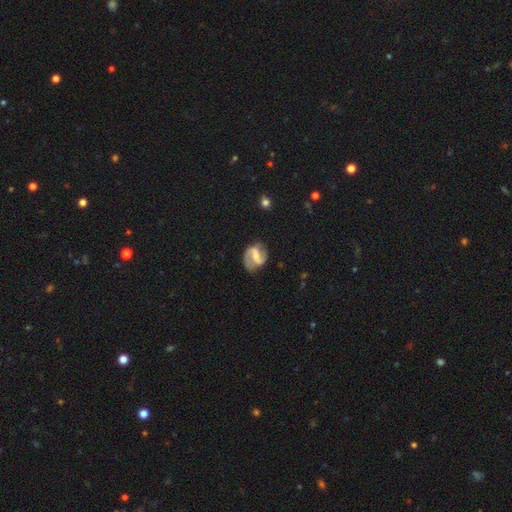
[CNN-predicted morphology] Q: Smooth or featured?
A: featured or disk (82%); runner-up: smooth (12%)
Q: Edge-on disk?
A: no (98%); runner-up: yes (2%)
Q: Bar?
A: weak (43%); tied with: strong (43%)
Q: Spiral arms?
A: yes (94%); runner-up: no (6%)
Q: Spiral winding?
A: medium (48%); runner-up: loose (34%)
Q: Spiral arm count?
A: 2 (89%); runner-up: can't tell (4%)
Q: Bulge size?
A: small (44%); runner-up: moderate (37%)
Q: Merging?
A: none (75%); runner-up: minor disturbance (17%)